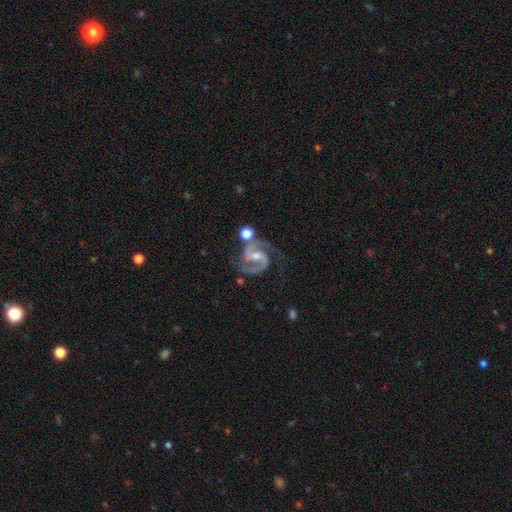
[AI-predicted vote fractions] featured or disk 92%, star or artifact 5%, smooth 3%. Down the decision tree: edge-on disk — no (98%); bar — weak (45%); spiral arms — yes (98%); spiral arm count — 2 (93%); spiral winding — medium (64%); bulge size — moderate (49%); merging — none (69%).